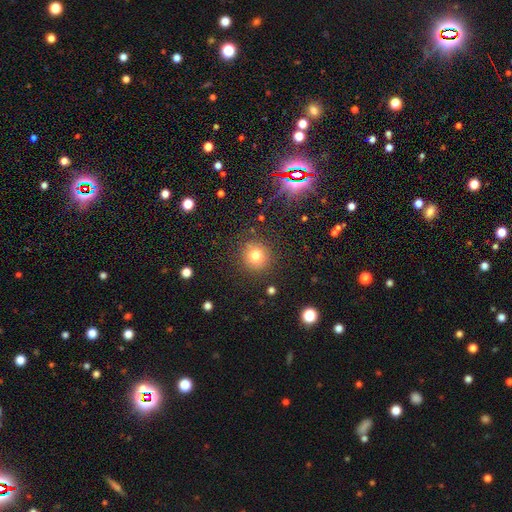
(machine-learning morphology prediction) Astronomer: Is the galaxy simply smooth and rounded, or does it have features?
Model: smooth — 74%.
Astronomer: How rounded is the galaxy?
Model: round — 92%.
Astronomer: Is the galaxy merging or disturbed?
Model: none — 87%.